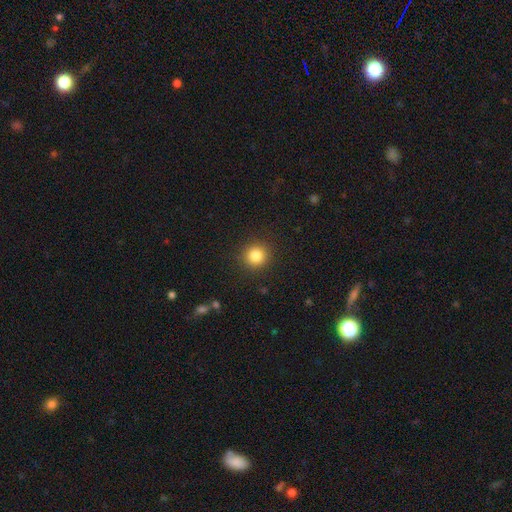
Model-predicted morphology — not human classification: smooth_or_featured: smooth (p=0.84) [alt: star or artifact p=0.11]
how_rounded: round (p=0.92) [alt: in between p=0.07]
merging: none (p=0.90) [alt: minor disturbance p=0.06]